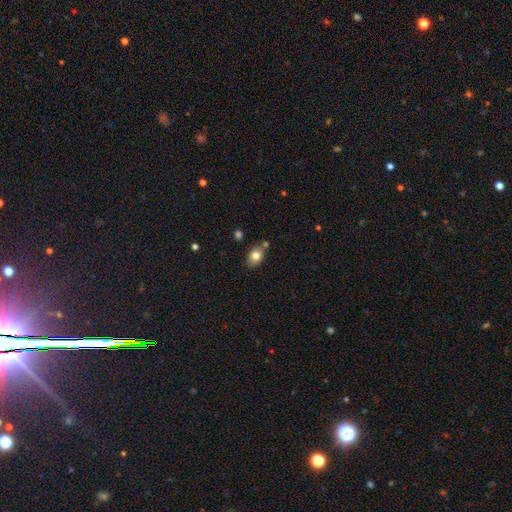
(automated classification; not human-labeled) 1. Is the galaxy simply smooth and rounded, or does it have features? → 78% smooth, 13% featured or disk, 9% star or artifact.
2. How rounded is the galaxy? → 77% in between, 22% round, 2% cigar-shaped.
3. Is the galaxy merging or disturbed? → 69% none, 15% minor disturbance, 12% merger, 3% major disturbance.